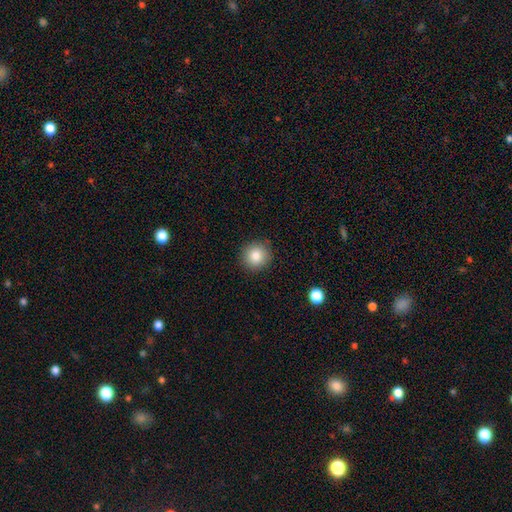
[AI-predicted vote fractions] This appears to be a smooth galaxy with no disk features (84%) that is round (92%). Merging: none (90%).